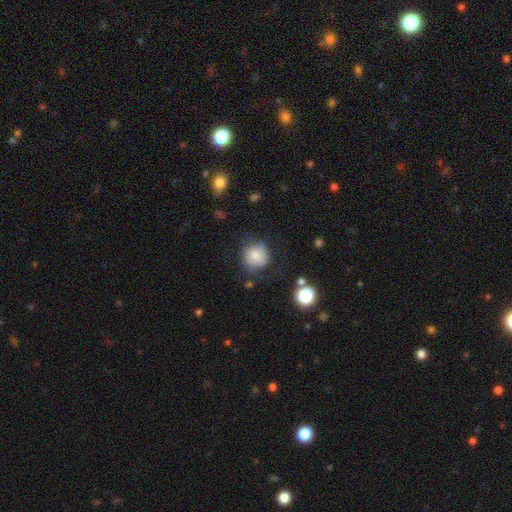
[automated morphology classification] The model was most divided on "merging": none: 64%, minor disturbance: 23%, major disturbance: 11%, merger: 3%. More confident: how rounded — round (86%); smooth or featured — smooth (79%).